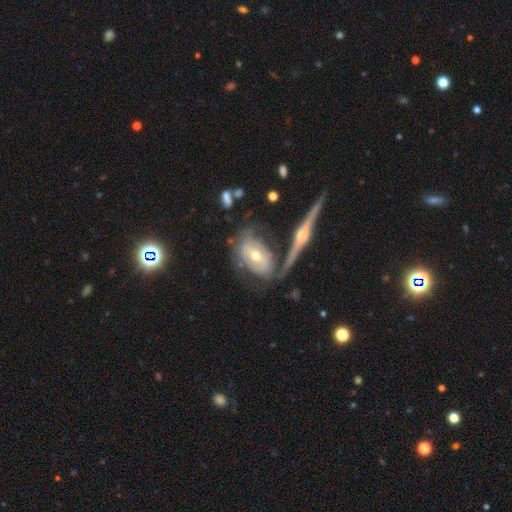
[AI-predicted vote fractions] featured or disk 65%, smooth 29%, star or artifact 7%. Down the decision tree: edge-on disk — no (76%); merging — none (46%).